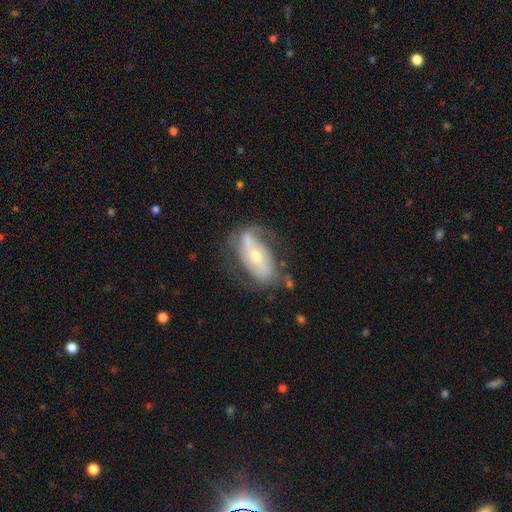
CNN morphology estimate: Smooth or featured? Predicted: featured or disk (p=0.66). Edge-on disk? Predicted: no (p=0.89). Bar? Predicted: no (p=0.44). Spiral arms? Predicted: yes (p=0.67). Bulge size? Predicted: small (p=0.48). Merging? Predicted: none (p=0.54).